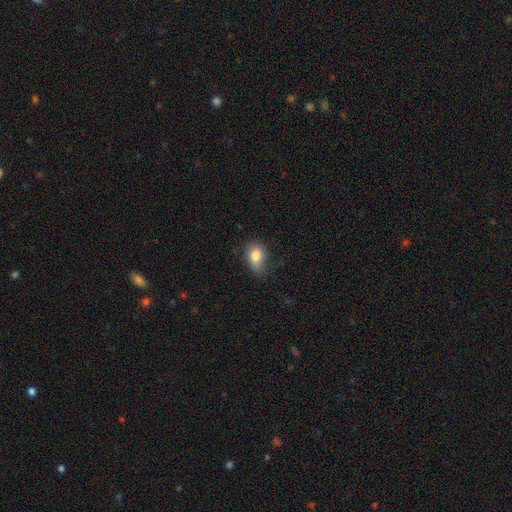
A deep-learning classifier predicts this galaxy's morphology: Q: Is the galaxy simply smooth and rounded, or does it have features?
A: smooth — 82%.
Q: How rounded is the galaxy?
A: in between — 81%.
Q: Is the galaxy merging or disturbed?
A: none — 54%.